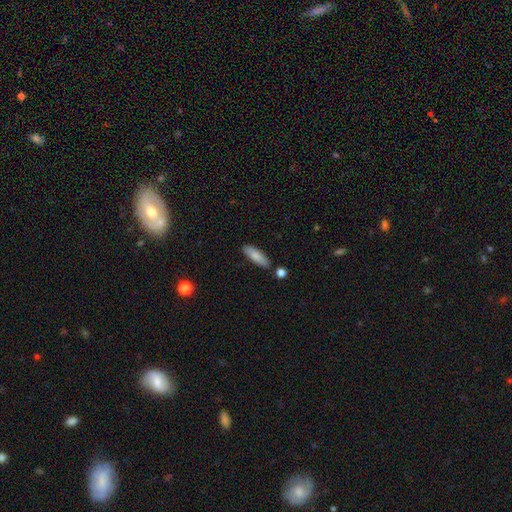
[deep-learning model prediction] The model was most divided on "how rounded": in between: 52%, cigar-shaped: 46%, round: 2%. More confident: smooth or featured — smooth (83%); merging — none (82%).